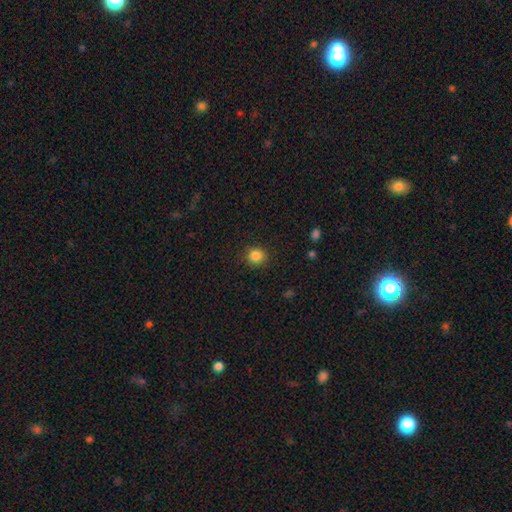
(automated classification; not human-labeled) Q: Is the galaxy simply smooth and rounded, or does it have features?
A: smooth — 85%.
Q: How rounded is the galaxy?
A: round — 87%.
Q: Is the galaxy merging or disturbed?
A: none — 89%.